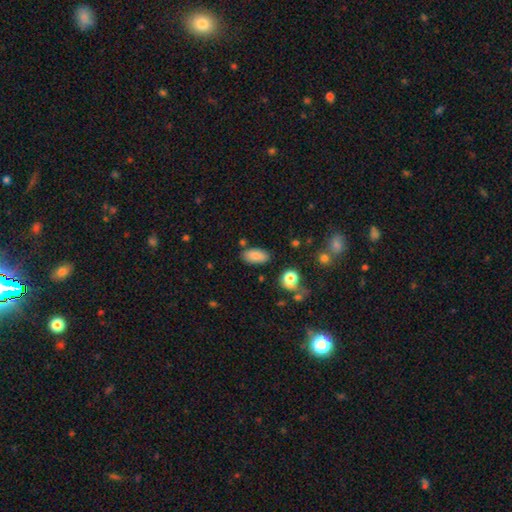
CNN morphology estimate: Smooth or featured: smooth — 84% (star or artifact — 9%)
How rounded: in between — 91% (cigar-shaped — 6%)
Merging: none — 81% (minor disturbance — 11%)